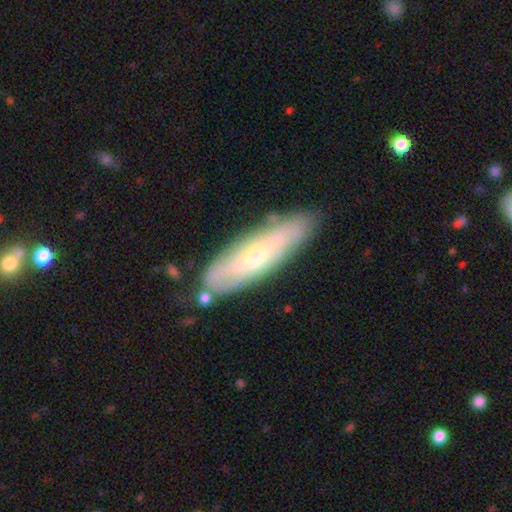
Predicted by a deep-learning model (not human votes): Q: Smooth or featured?
A: featured or disk (52%); runner-up: smooth (42%)
Q: Edge-on disk?
A: no (59%); runner-up: yes (41%)
Q: Merging?
A: none (78%); runner-up: minor disturbance (15%)